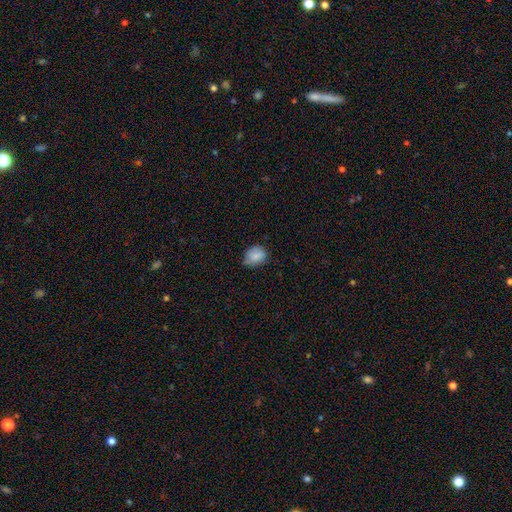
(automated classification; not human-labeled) smooth_or_featured: smooth (p=0.83) [alt: featured or disk p=0.09]
how_rounded: in between (p=0.50) [alt: round p=0.49]
merging: none (p=0.65) [alt: minor disturbance p=0.28]